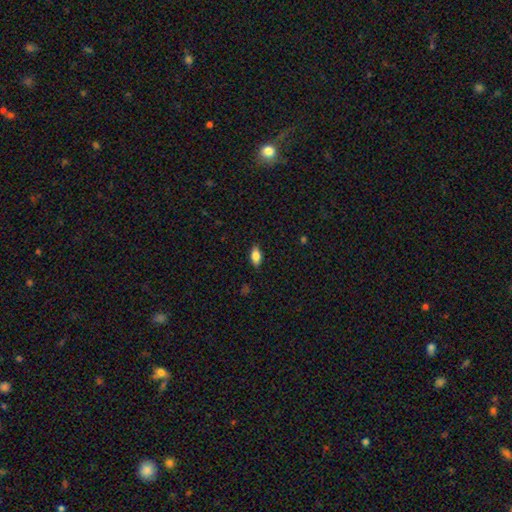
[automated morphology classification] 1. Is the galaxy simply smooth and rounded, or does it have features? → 80% smooth, 13% featured or disk, 8% star or artifact.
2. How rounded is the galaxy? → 88% in between, 8% cigar-shaped, 4% round.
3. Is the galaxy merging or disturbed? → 85% none, 11% minor disturbance, 2% major disturbance, 1% merger.